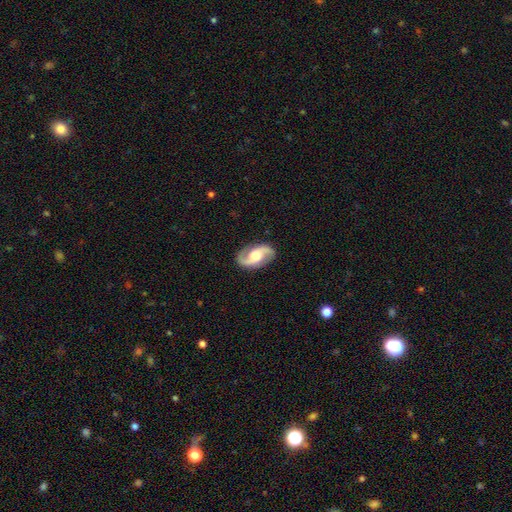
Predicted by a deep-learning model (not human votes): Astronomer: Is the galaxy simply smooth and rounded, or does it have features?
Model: featured or disk — 87%.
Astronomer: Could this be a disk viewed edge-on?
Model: no — 97%.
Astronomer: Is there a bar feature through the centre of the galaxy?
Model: no — 47% (runner-up: weak, 37%).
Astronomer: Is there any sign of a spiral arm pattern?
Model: yes — 96%.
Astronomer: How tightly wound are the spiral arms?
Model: medium — 45% (runner-up: loose, 40%).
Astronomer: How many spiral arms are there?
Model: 2 — 94%.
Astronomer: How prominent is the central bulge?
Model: moderate — 53% (runner-up: large, 31%).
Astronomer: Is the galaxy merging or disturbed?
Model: none — 86%.